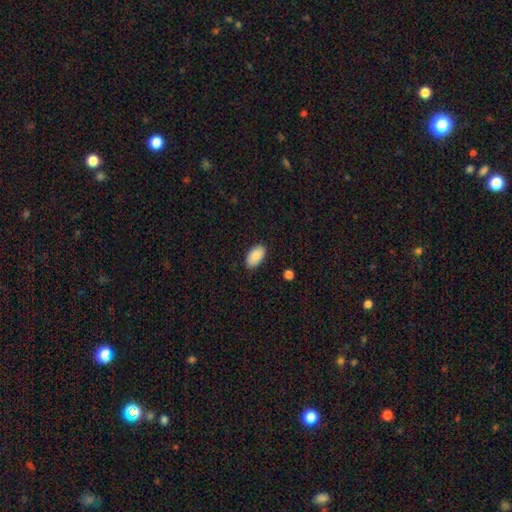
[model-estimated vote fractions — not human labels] Smooth or featured?
  - smooth: 89% *
  - star or artifact: 7%
  - featured or disk: 5%
How rounded?
  - in between: 95% *
  - round: 4%
  - cigar-shaped: 1%
Merging?
  - none: 87% *
  - minor disturbance: 10%
  - major disturbance: 2%
  - merger: 1%